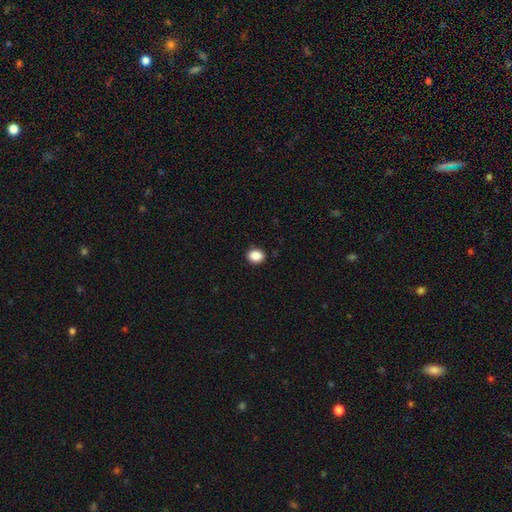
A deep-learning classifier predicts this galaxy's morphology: Overall: smooth (88%). How rounded: round (58%; in between 41%). Merging: none (90%).